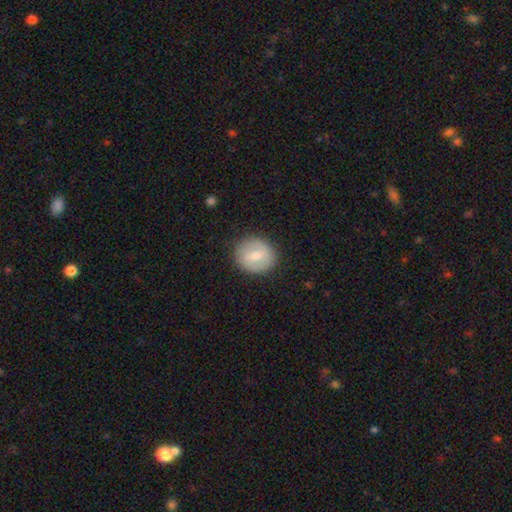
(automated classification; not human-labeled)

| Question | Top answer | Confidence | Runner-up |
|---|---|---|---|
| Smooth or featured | smooth | 58% | featured or disk (36%) |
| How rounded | round | 83% | in between (16%) |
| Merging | none | 87% | minor disturbance (9%) |